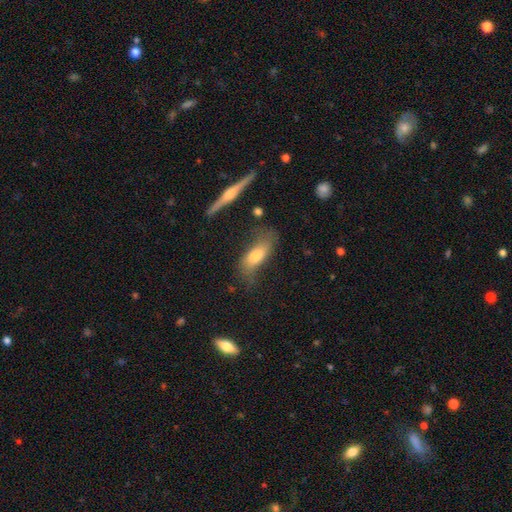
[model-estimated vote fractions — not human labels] This appears to be a smooth galaxy with no disk features (56%) that is in between round and cigar-shaped (71%). Merging: none (53%).